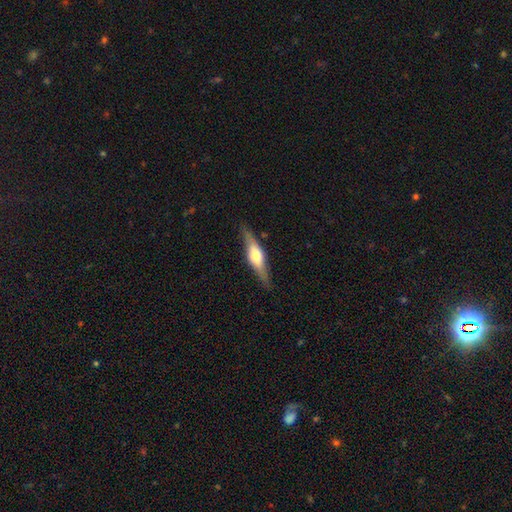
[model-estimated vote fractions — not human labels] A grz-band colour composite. It shows a featured or disk galaxy (59%) viewed edge-on (93%) with a rounded central bulge (87%). Merging: none (85%).